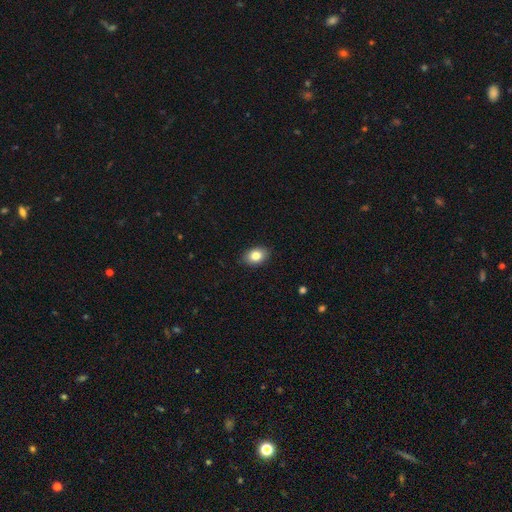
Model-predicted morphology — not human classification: A smooth galaxy with no disk features (83%) that is in between round and cigar-shaped (77%).

Vote fractions:
- Smooth or featured? smooth: 83% / featured or disk: 9% / star or artifact: 9%
- How rounded? in between: 77% / round: 22% / cigar-shaped: 1%
- Merging? none: 88% / minor disturbance: 9% / major disturbance: 2% / merger: 1%